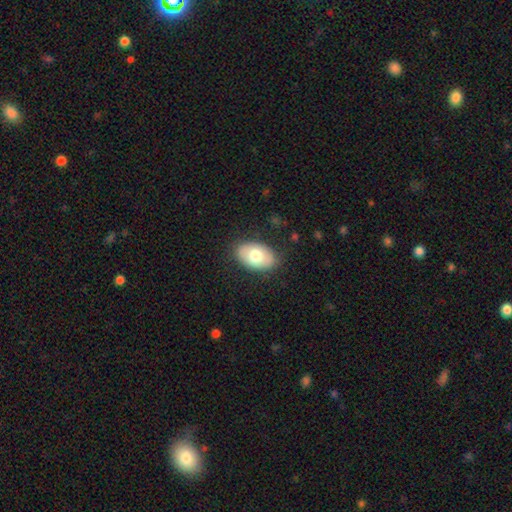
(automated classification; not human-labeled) Morphology: type=smooth (73%); roundness=in between (91%); merging=none (83%).